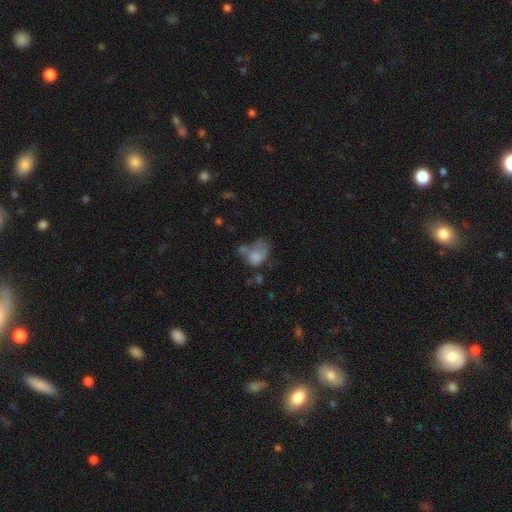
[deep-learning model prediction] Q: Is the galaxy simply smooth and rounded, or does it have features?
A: smooth — 60%.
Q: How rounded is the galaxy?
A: in between — 73%.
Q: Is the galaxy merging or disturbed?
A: major disturbance — 40%.